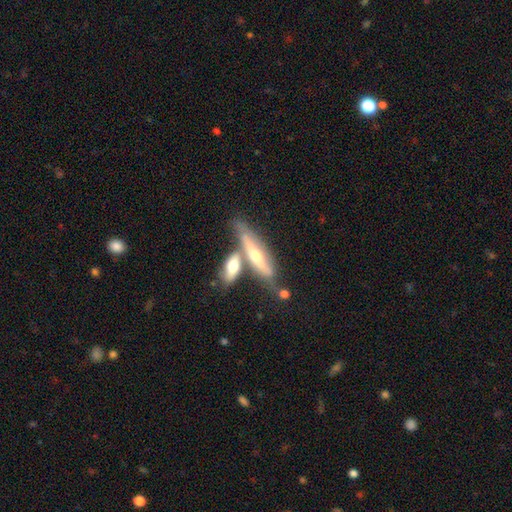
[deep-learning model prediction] This appears to be a featured or disk galaxy (61%) viewed edge-on (80%). Merging: none (46%).